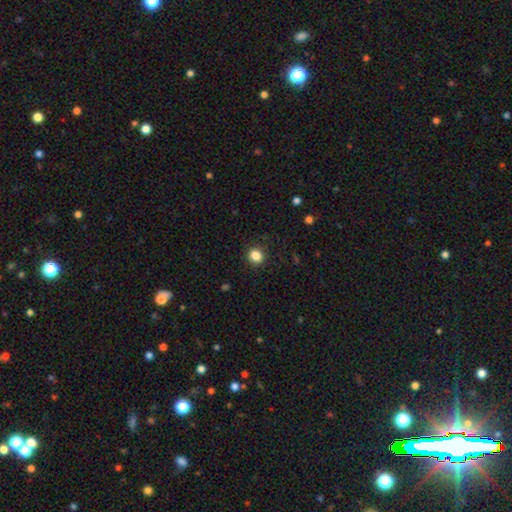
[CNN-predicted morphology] Smooth or featured?
  - smooth: 85% *
  - star or artifact: 11%
  - featured or disk: 4%
How rounded?
  - round: 78% *
  - in between: 21%
  - cigar-shaped: 1%
Merging?
  - none: 90% *
  - minor disturbance: 7%
  - major disturbance: 2%
  - merger: 1%